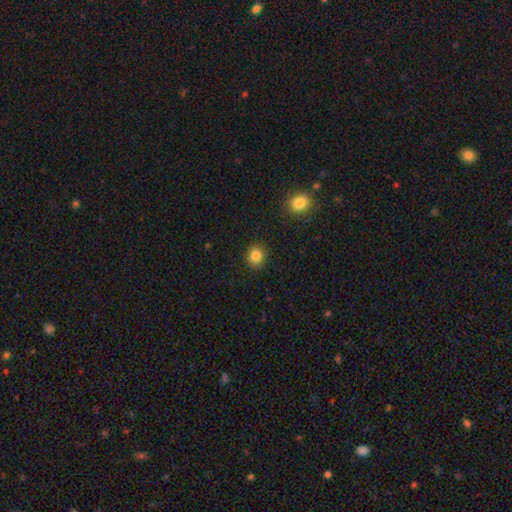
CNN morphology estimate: This is clearly a smooth galaxy (84%). How rounded: clearly round (83%). Merging: clearly none (91%).